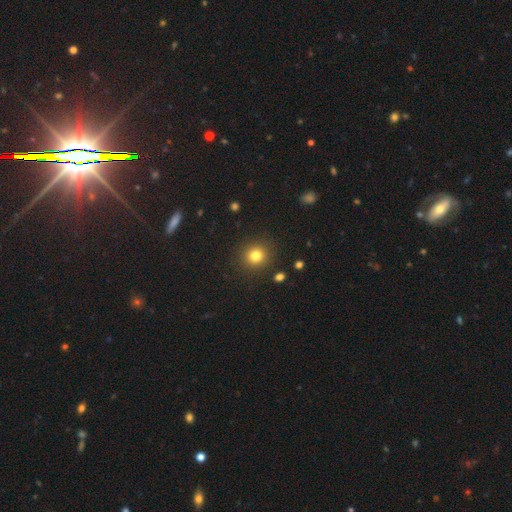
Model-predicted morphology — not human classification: A smooth galaxy with no disk features (80%) that is round (88%).

Vote fractions:
- Smooth or featured? smooth: 80% / star or artifact: 13% / featured or disk: 7%
- How rounded? round: 88% / in between: 11% / cigar-shaped: 1%
- Merging? none: 89% / minor disturbance: 6% / major disturbance: 3% / merger: 2%